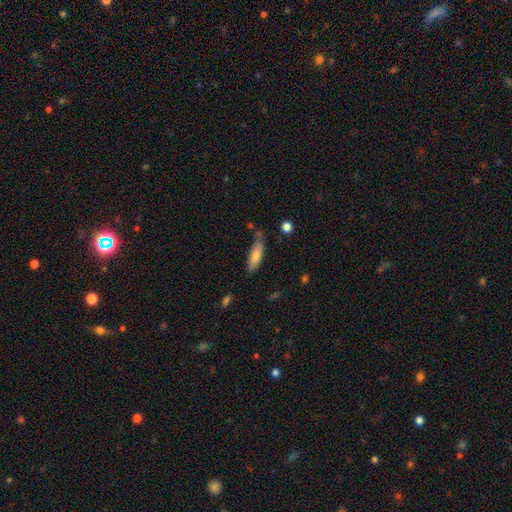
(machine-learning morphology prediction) The model was most divided on "how rounded": cigar-shaped: 53%, in between: 45%, round: 2%. More confident: smooth or featured — smooth (77%); merging — none (64%).